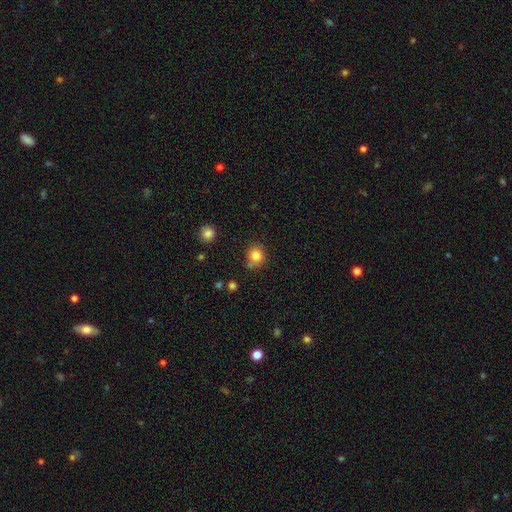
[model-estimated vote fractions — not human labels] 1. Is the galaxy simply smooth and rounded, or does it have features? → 82% smooth, 11% star or artifact, 6% featured or disk.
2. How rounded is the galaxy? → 82% round, 17% in between, 1% cigar-shaped.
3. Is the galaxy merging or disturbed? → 69% none, 19% minor disturbance, 7% merger, 4% major disturbance.